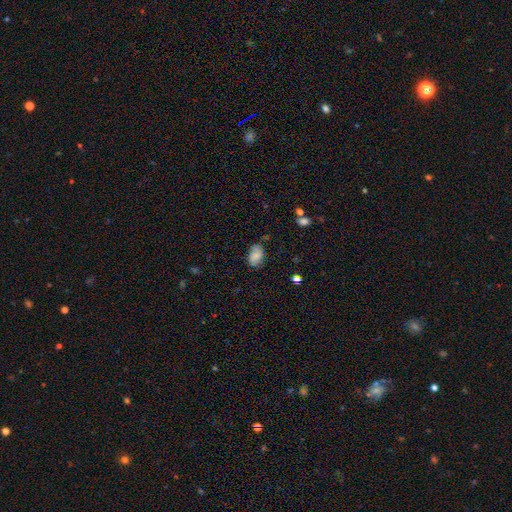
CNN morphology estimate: Smooth or featured? smooth (71%)
How rounded? in between (87%)
Merging? none (69%)